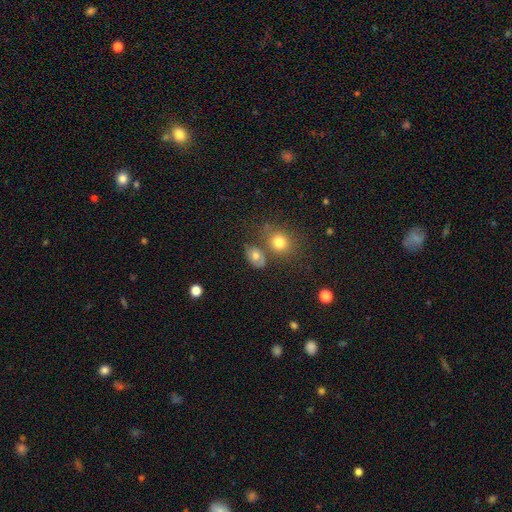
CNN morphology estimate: Smooth or featured?
  - smooth: 70% *
  - featured or disk: 18%
  - star or artifact: 12%
How rounded?
  - in between: 71% *
  - round: 28%
  - cigar-shaped: 2%
Merging?
  - none: 61% *
  - minor disturbance: 17%
  - merger: 16%
  - major disturbance: 7%